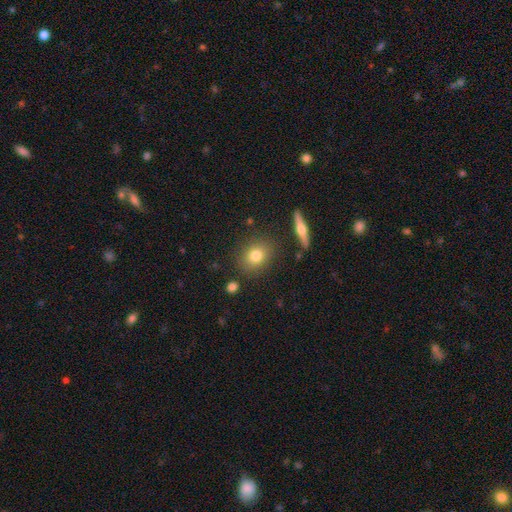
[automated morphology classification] Overall: smooth (77%). How rounded: round (62%; in between 36%). Merging: none (83%).